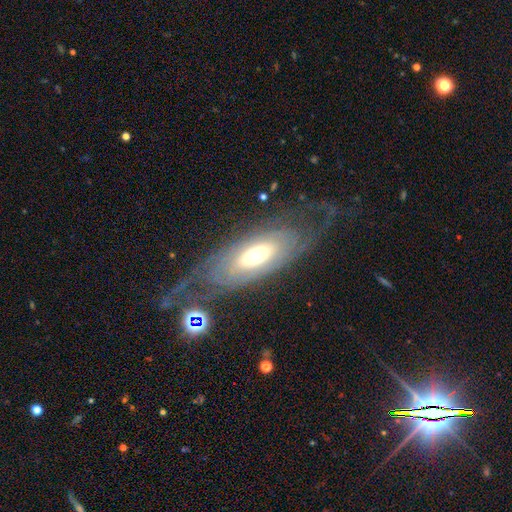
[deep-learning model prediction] A featured or disk galaxy (75%) with no bar (67%), spiral arms (77%) and a moderate central bulge (53%). Merging: none (63%).